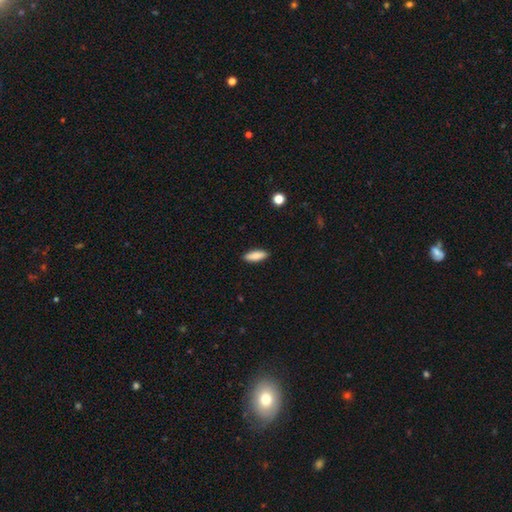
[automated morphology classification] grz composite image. It shows a smooth galaxy with no disk features (87%) that is in between round and cigar-shaped (57%). Merging: none (90%).